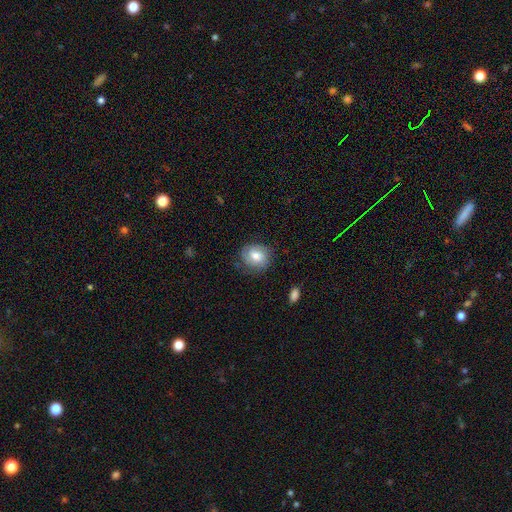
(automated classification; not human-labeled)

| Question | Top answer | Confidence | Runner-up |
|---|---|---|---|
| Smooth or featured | smooth | 62% | featured or disk (30%) |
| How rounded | round | 69% | in between (30%) |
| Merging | none | 73% | minor disturbance (20%) |